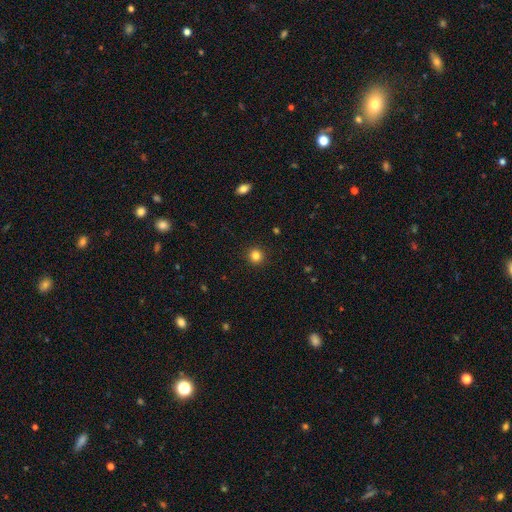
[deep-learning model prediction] Overall: smooth (83%). How rounded: round (94%). Merging: none (92%).